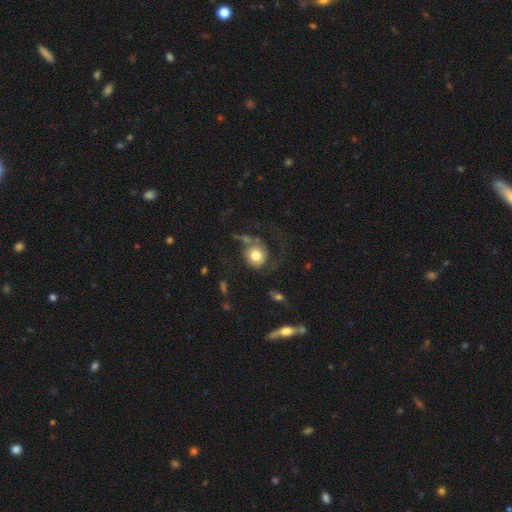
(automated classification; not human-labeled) The model was most divided on "merging": none: 44%, major disturbance: 30%, minor disturbance: 18%, merger: 8%. More confident: how rounded — round (86%); smooth or featured — smooth (67%).